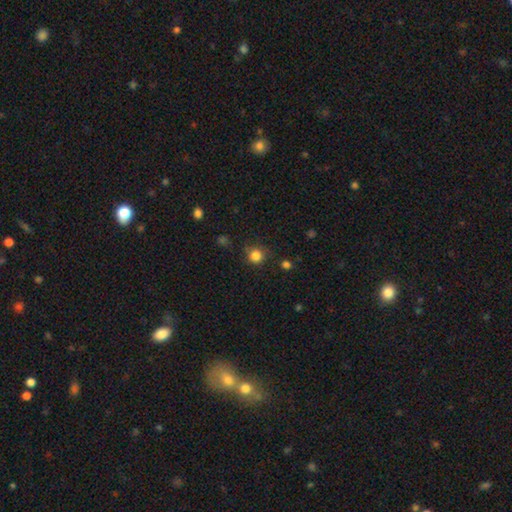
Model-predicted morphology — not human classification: Smooth or featured? smooth (83%)
How rounded? round (91%)
Merging? none (82%)